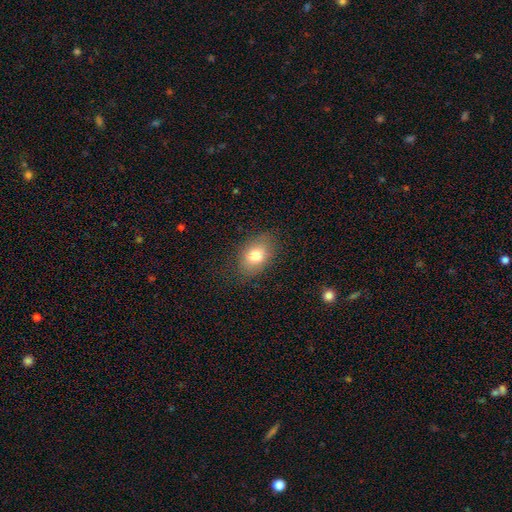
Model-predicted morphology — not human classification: Smooth or featured?
  - smooth: 77% *
  - featured or disk: 14%
  - star or artifact: 9%
How rounded?
  - in between: 84% *
  - round: 15%
  - cigar-shaped: 1%
Merging?
  - none: 76% *
  - minor disturbance: 17%
  - major disturbance: 6%
  - merger: 1%